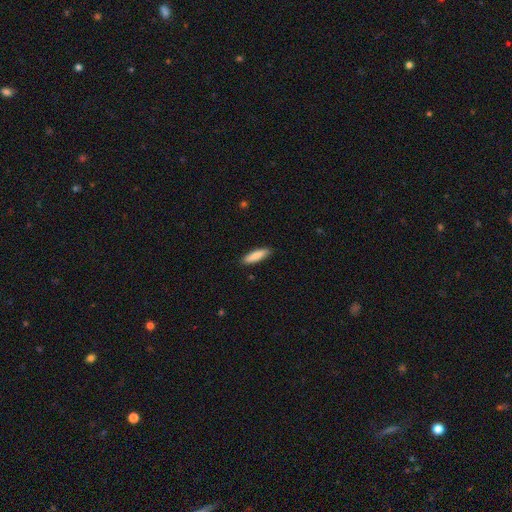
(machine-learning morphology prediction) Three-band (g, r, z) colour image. It shows a smooth galaxy with no disk features (86%) that is cigar-shaped (69%). Merging: none (89%).